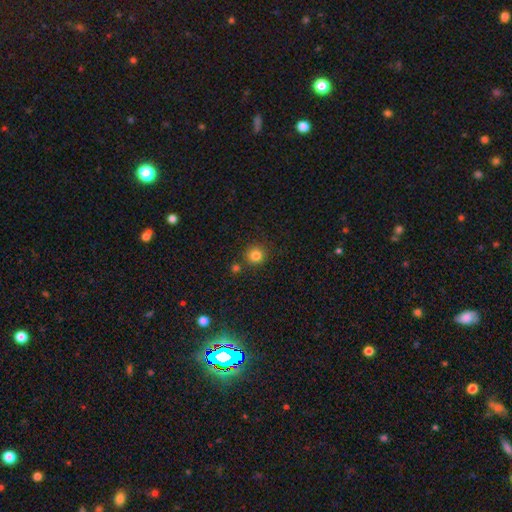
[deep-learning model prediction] Morphology: type=smooth (82%); roundness=round (92%); merging=none (81%).